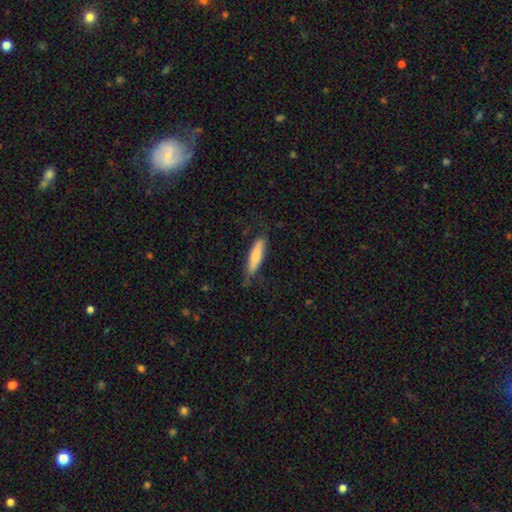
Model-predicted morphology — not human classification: Smooth or featured: smooth — 75% (featured or disk — 20%)
How rounded: cigar-shaped — 77% (in between — 22%)
Merging: none — 65% (minor disturbance — 25%)